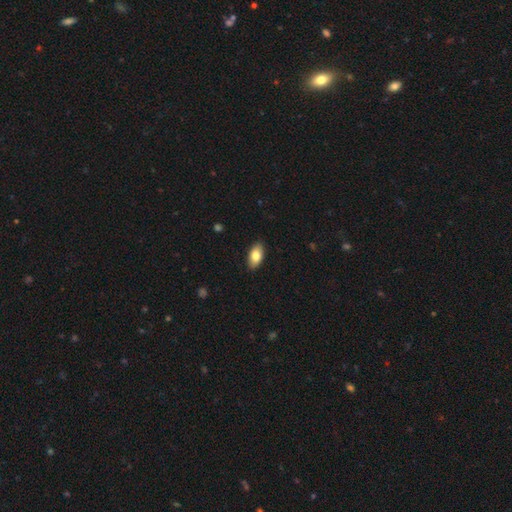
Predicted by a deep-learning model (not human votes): Smooth or featured? smooth (82%)
How rounded? in between (92%)
Merging? none (89%)